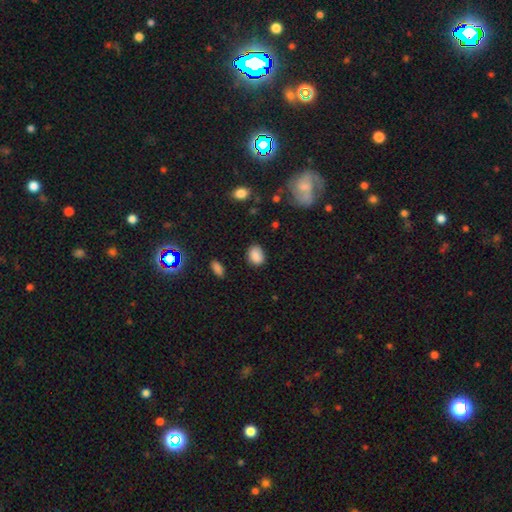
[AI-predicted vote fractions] smooth-or-featured: smooth: 86% | star or artifact: 9% | featured or disk: 4%
  how-rounded: in between: 66% | round: 33% | cigar-shaped: 1%
  merging: none: 81% | minor disturbance: 14% | major disturbance: 3% | merger: 2%